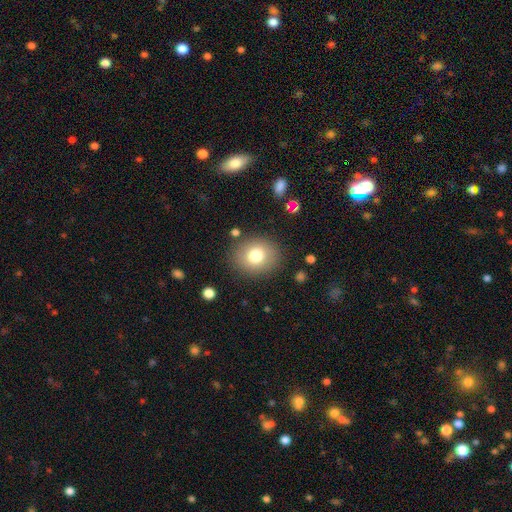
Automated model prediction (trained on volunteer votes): Overall: smooth (76%). How rounded: round (70%). Merging: none (85%).